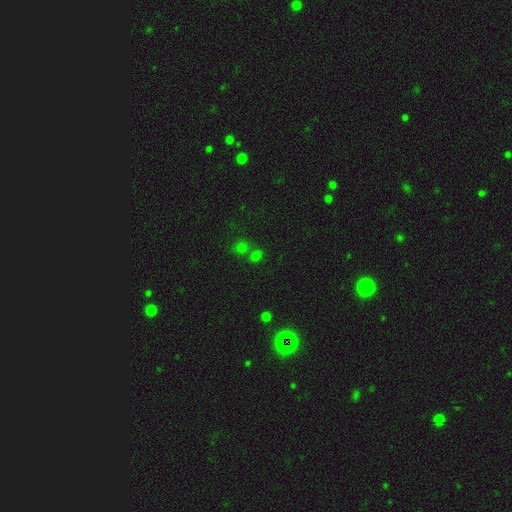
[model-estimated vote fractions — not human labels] This is possibly a smooth galaxy (57%). How rounded: possibly round (60%). Merging: possibly none (52%).